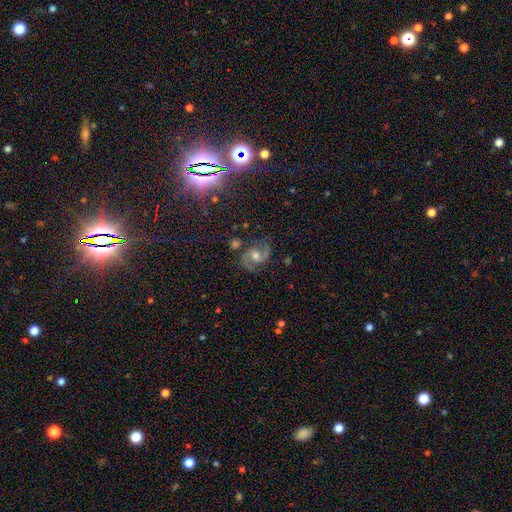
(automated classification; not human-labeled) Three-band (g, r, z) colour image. It shows a featured or disk galaxy (81%) with no bar (54%), 2 (93%) medium (61%) spiral arms (97%) and a moderate central bulge (70%). Merging: none (80%).